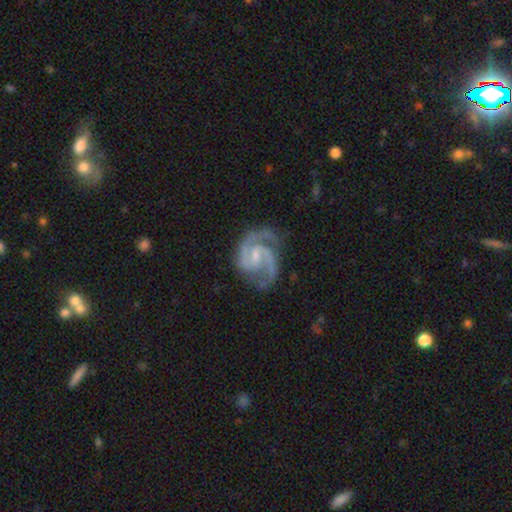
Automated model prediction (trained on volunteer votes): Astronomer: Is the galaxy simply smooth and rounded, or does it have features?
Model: featured or disk — 93%.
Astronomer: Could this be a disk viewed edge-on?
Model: no — 98%.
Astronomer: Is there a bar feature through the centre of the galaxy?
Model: weak — 52% (runner-up: no, 35%).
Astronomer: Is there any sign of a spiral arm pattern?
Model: yes — 99%.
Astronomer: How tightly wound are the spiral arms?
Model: medium — 60%.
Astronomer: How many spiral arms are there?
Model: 2 — 86%.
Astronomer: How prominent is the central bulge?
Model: small — 62%.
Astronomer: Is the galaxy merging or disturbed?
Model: none — 71%.